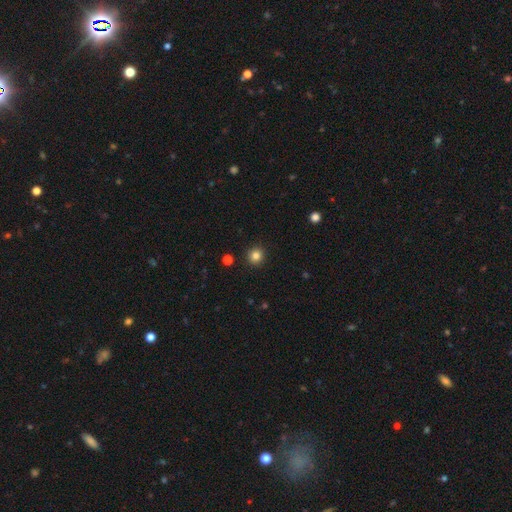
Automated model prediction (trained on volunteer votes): This appears to be a smooth galaxy with no disk features (83%) that is round (93%). Merging: none (92%).